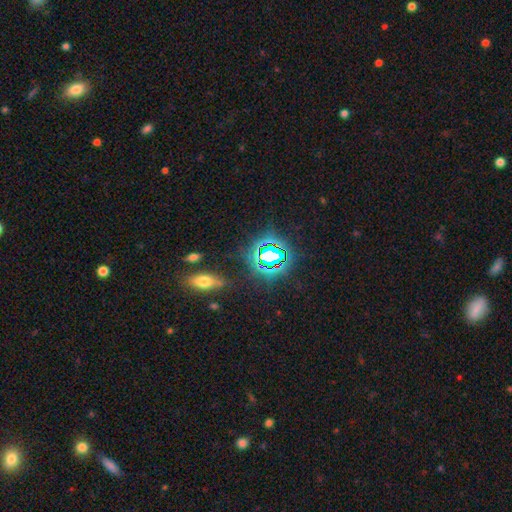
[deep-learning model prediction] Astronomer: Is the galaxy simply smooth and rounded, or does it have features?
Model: star or artifact — 66%.